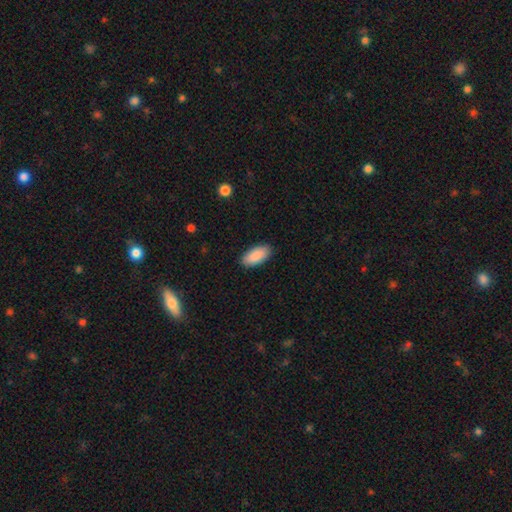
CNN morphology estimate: type=smooth (90%); roundness=in between (92%); merging=none (88%).